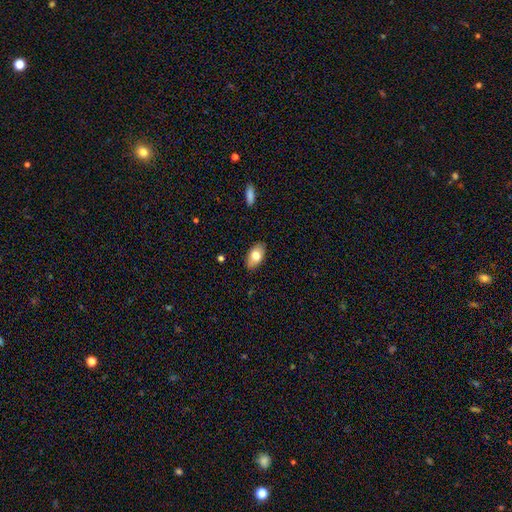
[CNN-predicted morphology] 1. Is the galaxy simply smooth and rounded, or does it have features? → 75% smooth, 18% featured or disk, 7% star or artifact.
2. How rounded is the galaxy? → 91% in between, 6% round, 2% cigar-shaped.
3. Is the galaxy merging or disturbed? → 85% none, 11% minor disturbance, 2% major disturbance, 1% merger.